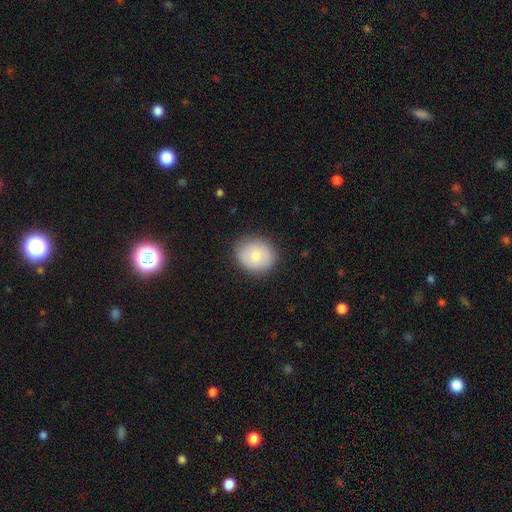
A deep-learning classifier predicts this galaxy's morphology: The model was most divided on "smooth or featured": smooth: 77%, featured or disk: 16%, star or artifact: 7%. More confident: merging — none (86%); how rounded — round (83%).